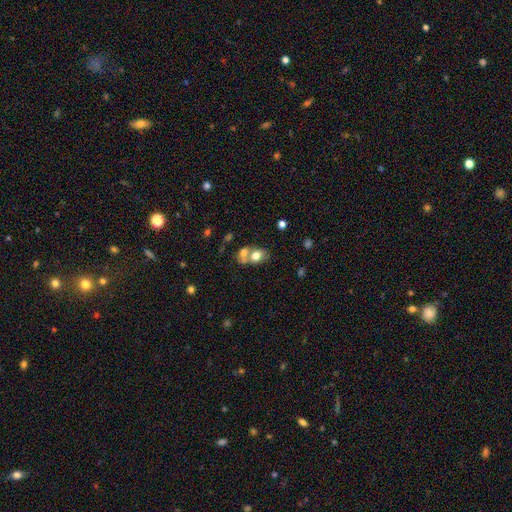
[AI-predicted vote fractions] Smooth or featured: smooth — 71% (featured or disk — 19%)
How rounded: in between — 67% (round — 32%)
Merging: merger — 54% (none — 32%)